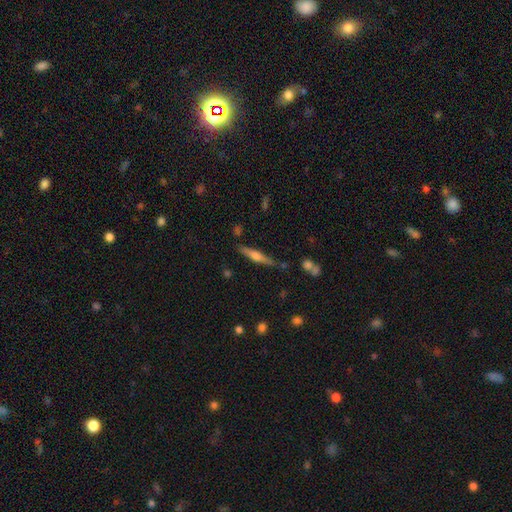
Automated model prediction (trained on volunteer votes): smooth_or_featured: featured or disk (p=0.59) [alt: smooth p=0.34]
disk_edge_on: yes (p=0.96) [alt: no p=0.04]
edge_on_bulge: rounded (p=0.85) [alt: boxy p=0.09]
merging: none (p=0.83) [alt: minor disturbance p=0.11]